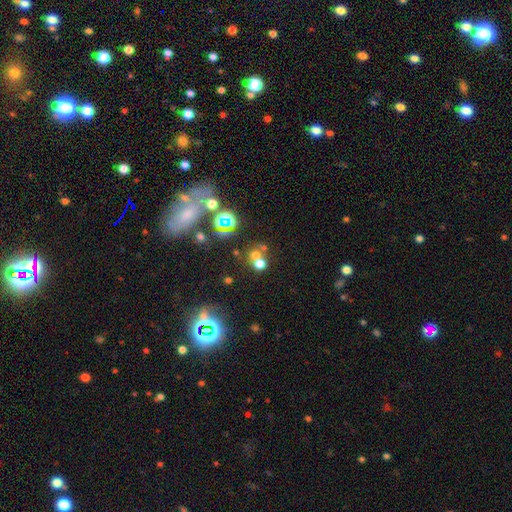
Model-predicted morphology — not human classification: smooth_or_featured: smooth (p=0.55) [alt: star or artifact p=0.31]
how_rounded: round (p=0.84) [alt: in between p=0.15]
merging: none (p=0.47) [alt: merger p=0.40]